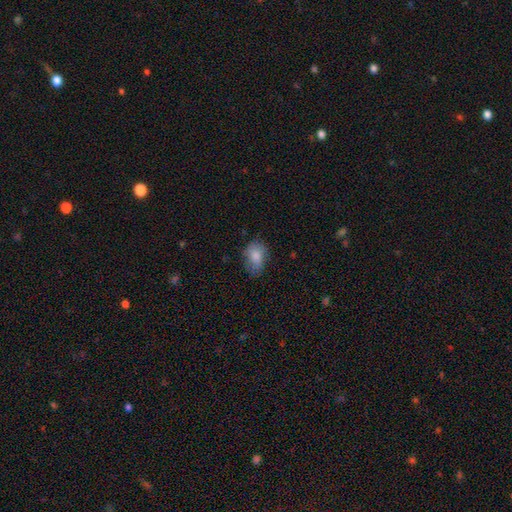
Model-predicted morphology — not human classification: This appears to be a smooth galaxy with no disk features (82%) that is in between round and cigar-shaped (80%). Merging: none (60%).